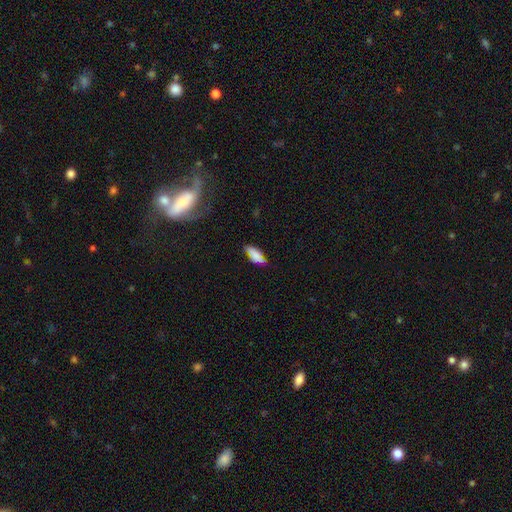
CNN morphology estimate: A smooth galaxy with no disk features (74%) that is in between round and cigar-shaped (67%).

Vote fractions:
- Smooth or featured? smooth: 74% / featured or disk: 18% / star or artifact: 8%
- How rounded? in between: 67% / cigar-shaped: 31% / round: 3%
- Merging? none: 59% / minor disturbance: 28% / major disturbance: 8% / merger: 5%